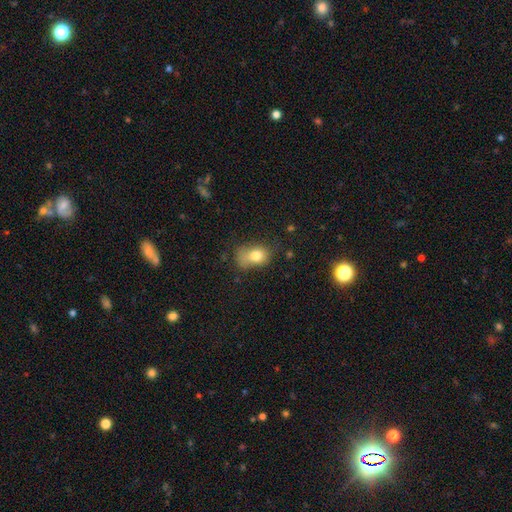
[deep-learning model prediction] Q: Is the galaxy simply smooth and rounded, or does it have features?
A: smooth — 76%.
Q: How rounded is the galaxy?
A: in between — 68%.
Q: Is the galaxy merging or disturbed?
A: none — 38%.